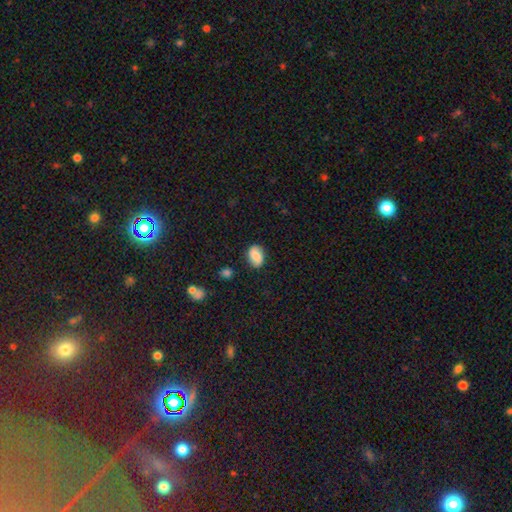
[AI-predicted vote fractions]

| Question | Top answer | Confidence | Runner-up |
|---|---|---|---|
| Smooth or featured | smooth | 72% | featured or disk (19%) |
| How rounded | in between | 79% | round (19%) |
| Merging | none | 80% | minor disturbance (15%) |